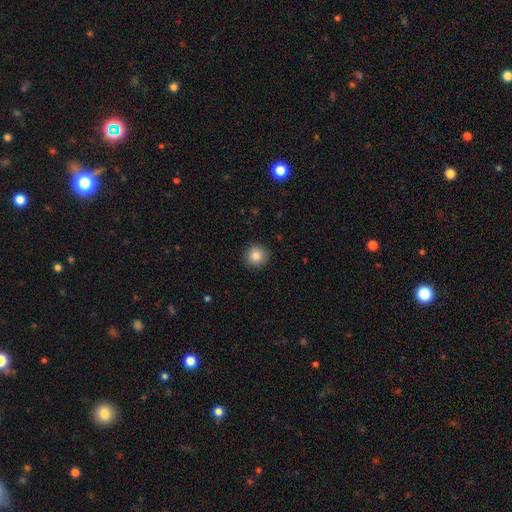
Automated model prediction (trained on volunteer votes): The model was most divided on "smooth or featured": smooth: 85%, star or artifact: 9%, featured or disk: 6%. More confident: how rounded — round (94%); merging — none (91%).